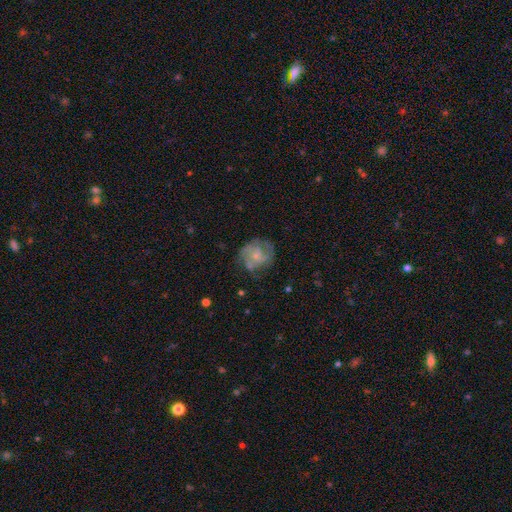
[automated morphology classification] Q: Smooth or featured?
A: featured or disk (61%); runner-up: smooth (31%)
Q: Edge-on disk?
A: no (98%); runner-up: yes (2%)
Q: Bar?
A: no (74%); runner-up: weak (23%)
Q: Spiral arms?
A: yes (73%); runner-up: no (27%)
Q: Bulge size?
A: small (56%); runner-up: moderate (24%)
Q: Merging?
A: none (59%); runner-up: minor disturbance (22%)